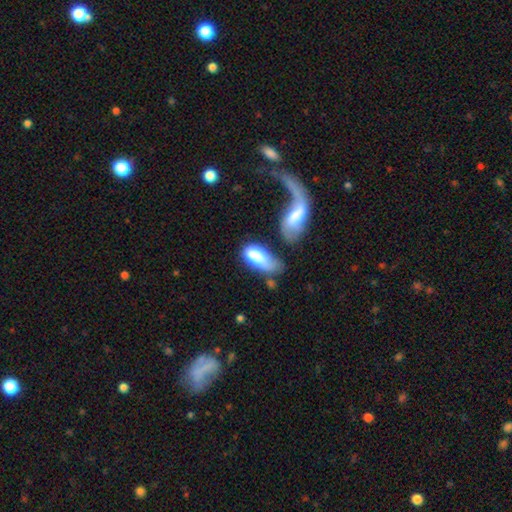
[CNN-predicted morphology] type=smooth (76%); roundness=in between (87%); merging=merger (30%).